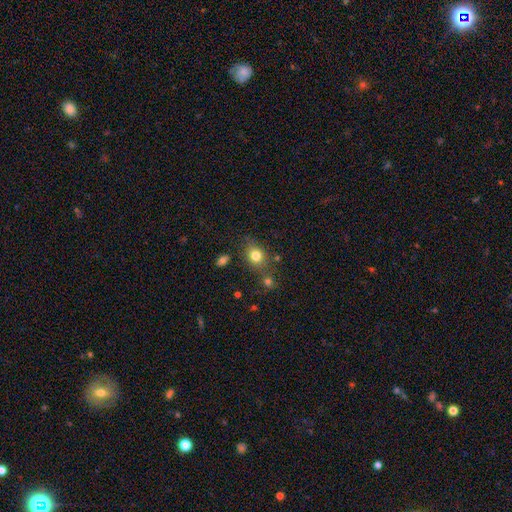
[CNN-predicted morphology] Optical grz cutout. It shows a smooth galaxy with no disk features (80%) that is round (53%). Merging: none (67%).